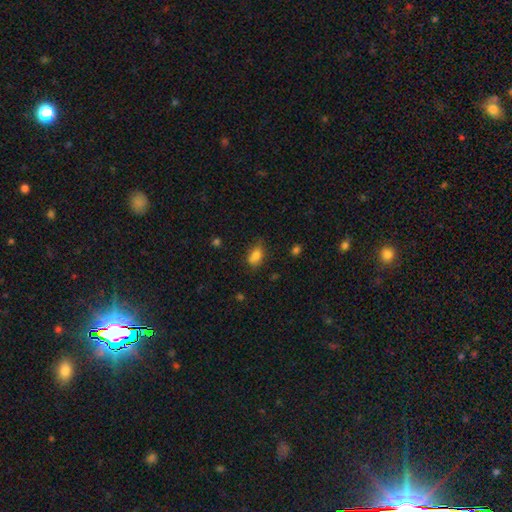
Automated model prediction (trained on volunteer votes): smooth-or-featured: smooth: 83% | star or artifact: 10% | featured or disk: 7%
  how-rounded: in between: 84% | round: 14% | cigar-shaped: 2%
  merging: none: 69% | minor disturbance: 22% | major disturbance: 5% | merger: 3%